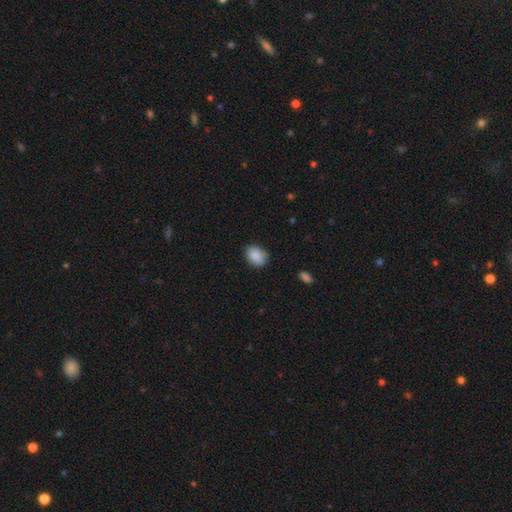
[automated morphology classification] Smooth or featured? smooth (87%)
How rounded? in between (72%)
Merging? none (76%)